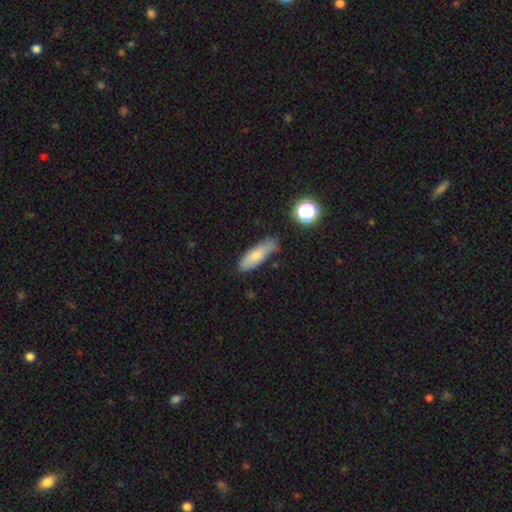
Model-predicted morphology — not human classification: Smooth or featured: smooth — 74% (featured or disk — 18%)
How rounded: in between — 53% (cigar-shaped — 44%)
Merging: none — 64% (minor disturbance — 26%)